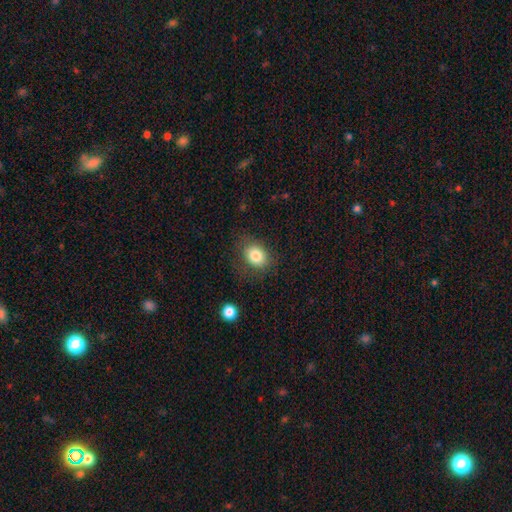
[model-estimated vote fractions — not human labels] Smooth or featured? Predicted: smooth (p=0.82). How rounded? Predicted: in between (p=0.53). Merging? Predicted: none (p=0.78).